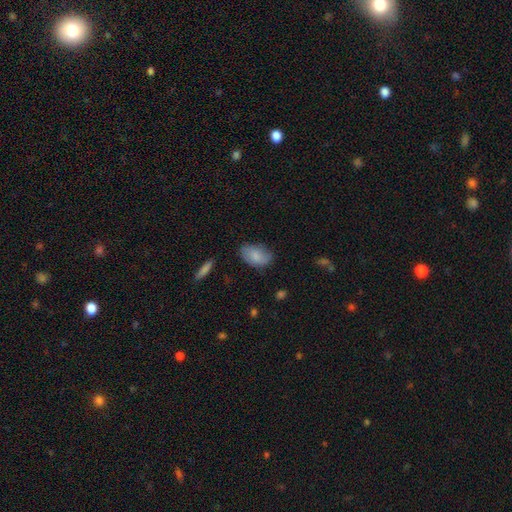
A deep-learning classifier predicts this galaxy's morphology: Q: Smooth or featured?
A: smooth (82%); runner-up: featured or disk (11%)
Q: How rounded?
A: in between (91%); runner-up: round (7%)
Q: Merging?
A: none (73%); runner-up: minor disturbance (21%)